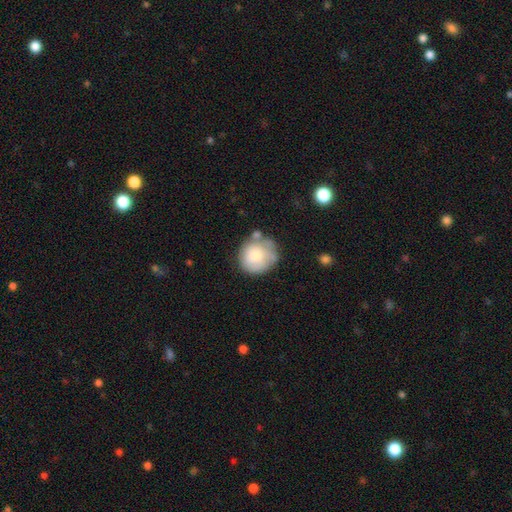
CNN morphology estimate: smooth_or_featured: smooth (p=0.72) [alt: featured or disk p=0.21]
how_rounded: round (p=0.86) [alt: in between p=0.13]
merging: none (p=0.53) [alt: minor disturbance p=0.26]